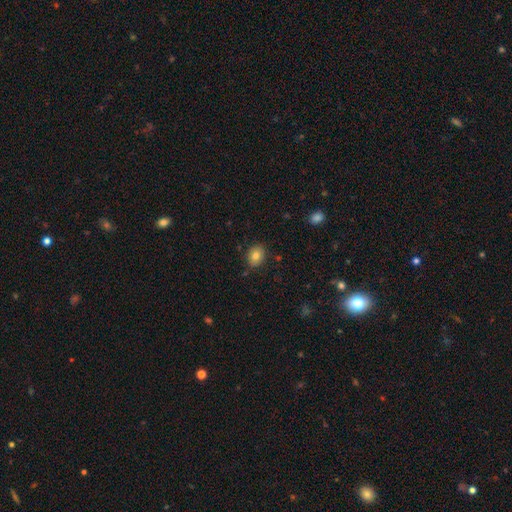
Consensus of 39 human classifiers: Overall: smooth (90%). How rounded: in between (77%). Merging: none (89%).